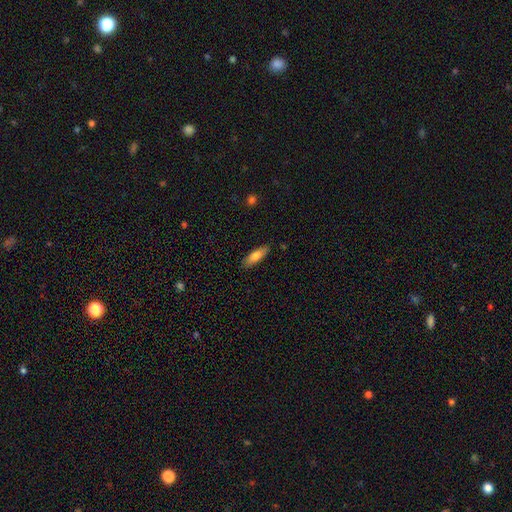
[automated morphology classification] A smooth galaxy with no disk features (74%) that is in between round and cigar-shaped (51%). Merging: none (86%).